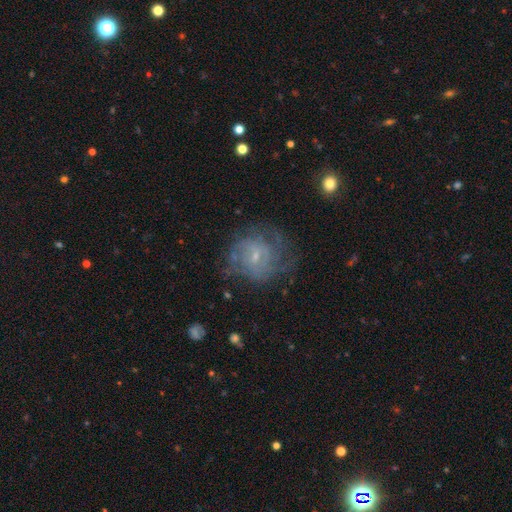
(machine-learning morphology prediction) Overall: featured or disk (69%). Edge-on disk: no (97%). Bar: no (58%; weak 37%). Spiral arms: yes (80%). Spiral arm count: can't tell (52%; 2 17%). Spiral winding: tight (48%; medium 37%). Bulge size: small (74%). Merging: none (58%; minor disturbance 22%).